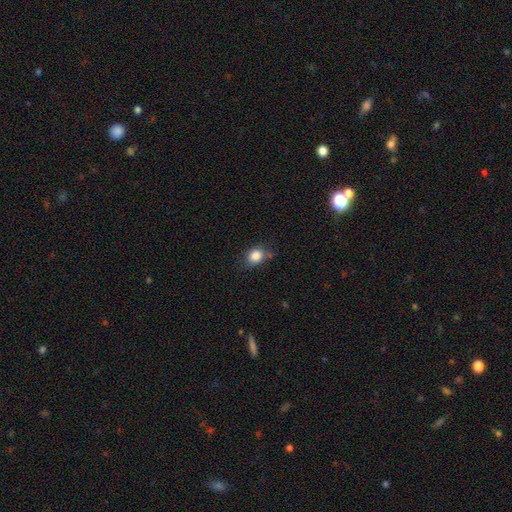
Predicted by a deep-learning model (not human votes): Smooth or featured?
  - smooth: 85% *
  - star or artifact: 10%
  - featured or disk: 5%
How rounded?
  - round: 51% *
  - in between: 48%
  - cigar-shaped: 1%
Merging?
  - none: 71% *
  - minor disturbance: 21%
  - major disturbance: 5%
  - merger: 3%